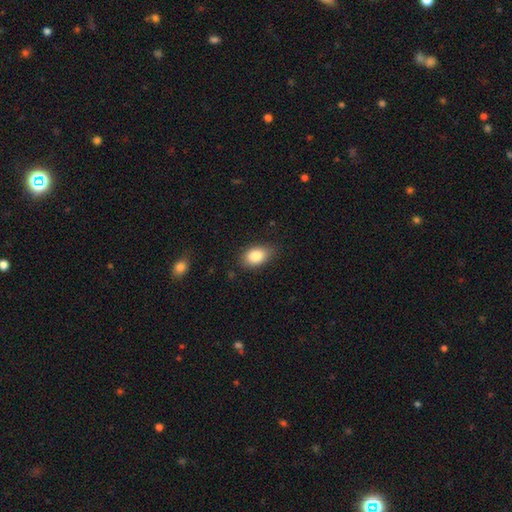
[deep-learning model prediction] Smooth or featured?
  - smooth: 84% *
  - featured or disk: 8%
  - star or artifact: 8%
How rounded?
  - in between: 87% *
  - round: 11%
  - cigar-shaped: 2%
Merging?
  - none: 79% *
  - minor disturbance: 16%
  - major disturbance: 3%
  - merger: 1%